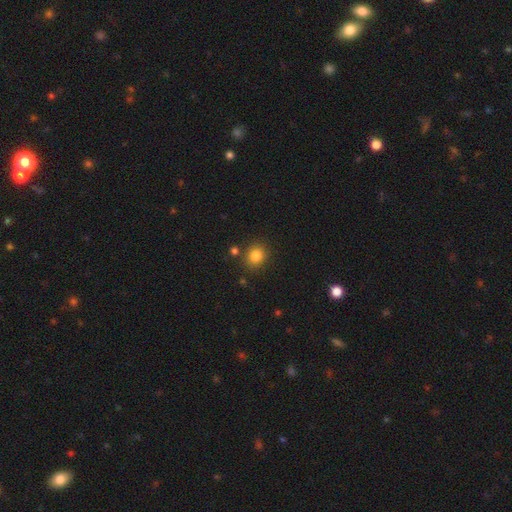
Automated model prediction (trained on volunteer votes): Q: Smooth or featured?
A: smooth (83%); runner-up: star or artifact (12%)
Q: How rounded?
A: round (79%); runner-up: in between (21%)
Q: Merging?
A: none (83%); runner-up: minor disturbance (9%)